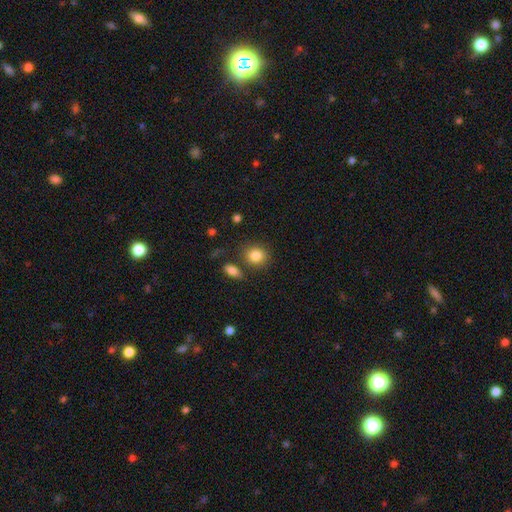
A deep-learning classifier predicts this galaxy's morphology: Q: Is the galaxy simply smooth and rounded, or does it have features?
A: smooth — 84%.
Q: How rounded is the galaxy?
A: round — 73%.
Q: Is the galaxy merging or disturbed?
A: none — 76%.